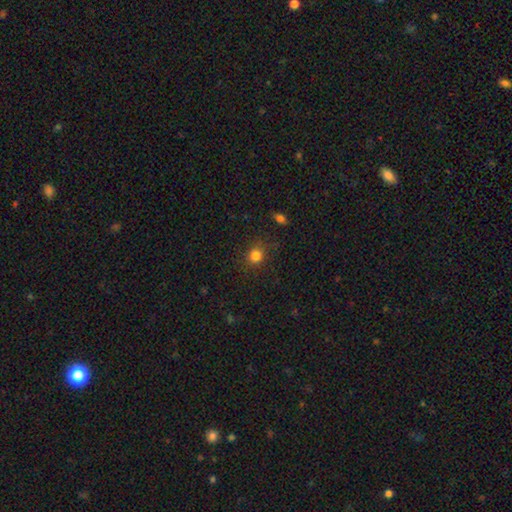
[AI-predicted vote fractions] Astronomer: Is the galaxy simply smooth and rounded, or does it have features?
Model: smooth — 81%.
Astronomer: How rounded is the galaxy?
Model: round — 85%.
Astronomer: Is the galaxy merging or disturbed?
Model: none — 84%.